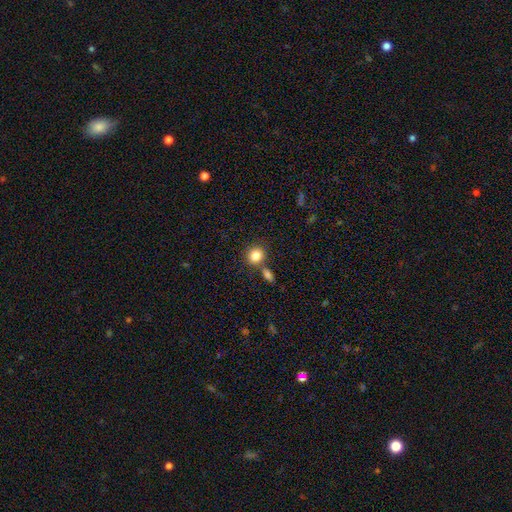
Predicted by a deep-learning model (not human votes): A smooth galaxy with no disk features (85%) that is round (80%).

Vote fractions:
- Smooth or featured? smooth: 85% / star or artifact: 9% / featured or disk: 6%
- How rounded? round: 80% / in between: 19% / cigar-shaped: 1%
- Merging? none: 68% / merger: 19% / minor disturbance: 10% / major disturbance: 3%